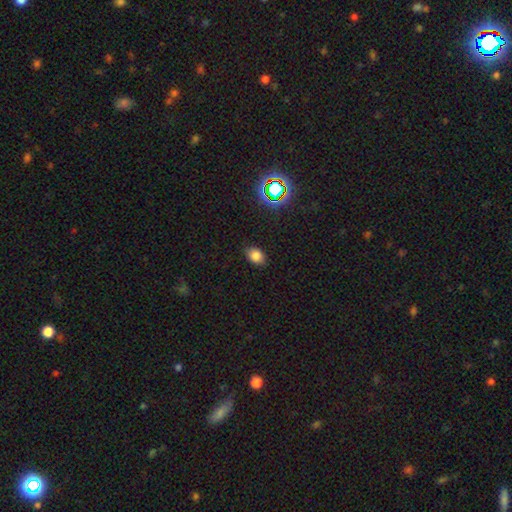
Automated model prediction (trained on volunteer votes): smooth-or-featured: smooth: 79% | star or artifact: 14% | featured or disk: 6%
  how-rounded: in between: 78% | round: 21% | cigar-shaped: 1%
  merging: none: 85% | minor disturbance: 11% | major disturbance: 3% | merger: 1%